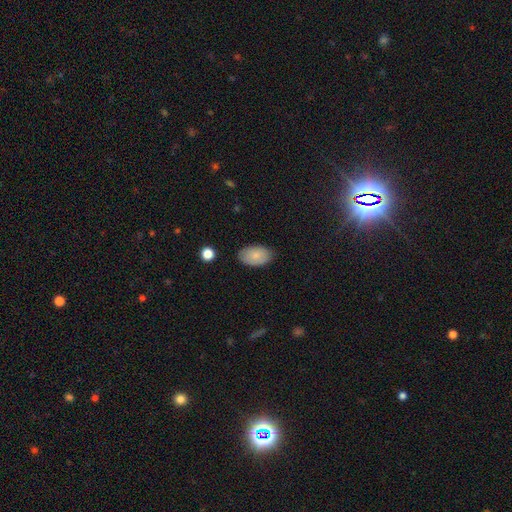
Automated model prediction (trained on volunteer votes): This appears to be a smooth galaxy with no disk features (82%) that is in between round and cigar-shaped (93%). Merging: none (82%).